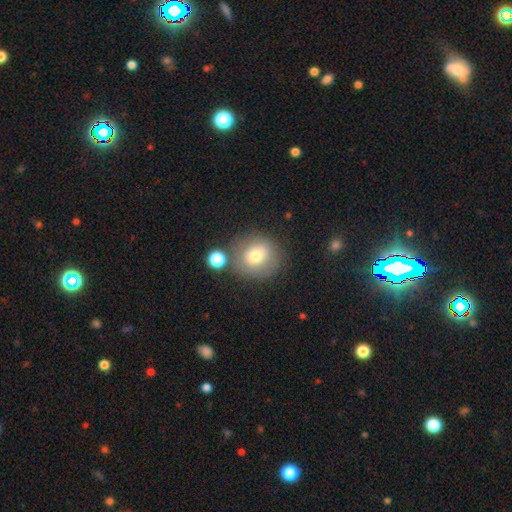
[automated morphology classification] A smooth galaxy with no disk features (67%) that is round (88%).

Vote fractions:
- Smooth or featured? smooth: 67% / featured or disk: 22% / star or artifact: 11%
- How rounded? round: 88% / in between: 11% / cigar-shaped: 1%
- Merging? none: 67% / minor disturbance: 15% / merger: 11% / major disturbance: 7%